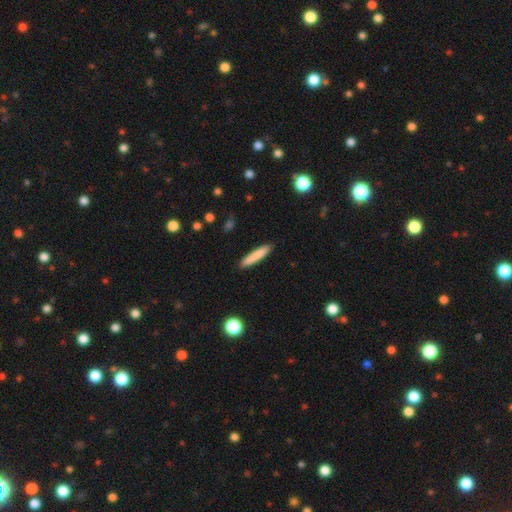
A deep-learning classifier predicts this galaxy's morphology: Smooth or featured?
  - smooth: 83% *
  - featured or disk: 11%
  - star or artifact: 6%
How rounded?
  - cigar-shaped: 91% *
  - in between: 8%
  - round: 1%
Merging?
  - none: 90% *
  - minor disturbance: 7%
  - major disturbance: 2%
  - merger: 1%